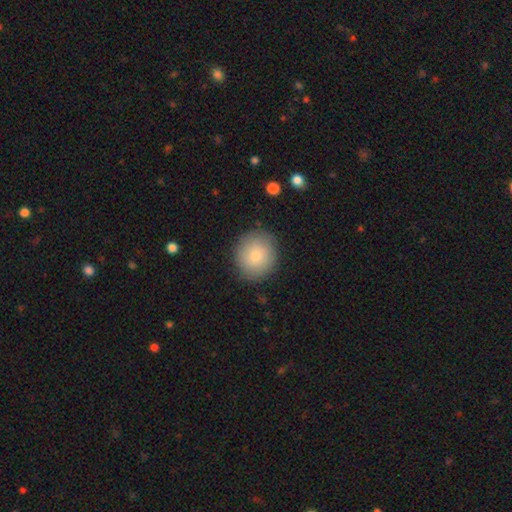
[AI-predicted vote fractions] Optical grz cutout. It shows a smooth galaxy with no disk features (78%) that is round (89%). Merging: none (85%).